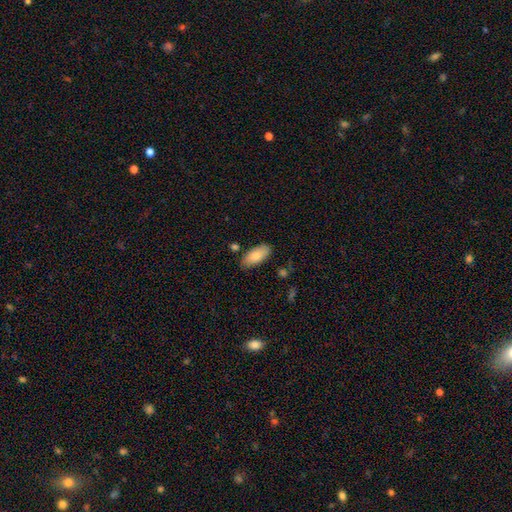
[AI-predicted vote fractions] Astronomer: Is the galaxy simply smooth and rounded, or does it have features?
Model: smooth — 77%.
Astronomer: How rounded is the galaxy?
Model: in between — 89%.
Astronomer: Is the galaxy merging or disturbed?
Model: none — 83%.